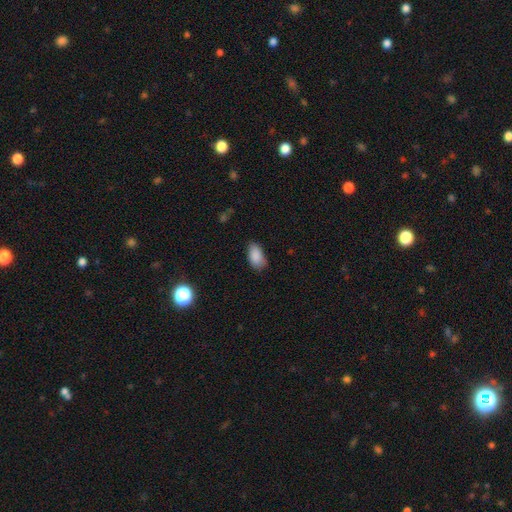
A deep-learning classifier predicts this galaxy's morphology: A smooth galaxy with no disk features (88%) that is in between round and cigar-shaped (93%). Merging: none (72%).